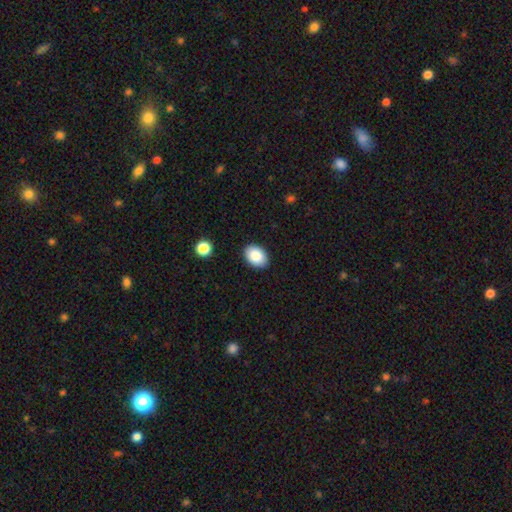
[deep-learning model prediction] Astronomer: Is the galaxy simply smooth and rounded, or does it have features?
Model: smooth — 87%.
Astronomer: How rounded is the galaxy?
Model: in between — 80%.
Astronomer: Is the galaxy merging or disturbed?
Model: none — 89%.